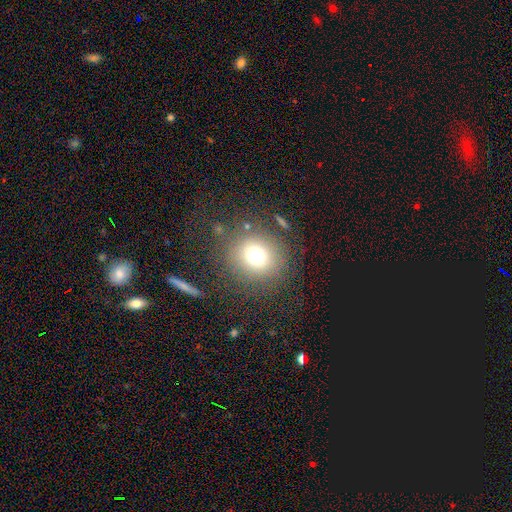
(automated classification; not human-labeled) Smooth or featured? smooth (72%)
How rounded? round (90%)
Merging? none (82%)